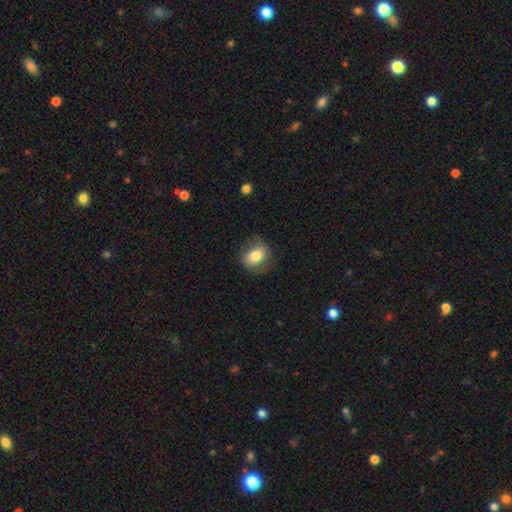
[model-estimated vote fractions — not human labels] A smooth galaxy with no disk features (75%) that is in between round and cigar-shaped (60%). Merging: none (75%).